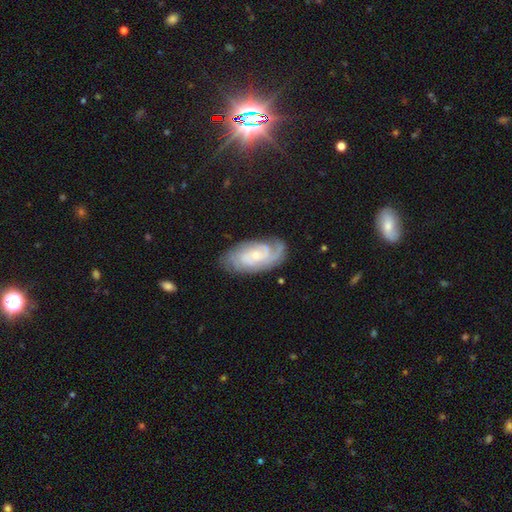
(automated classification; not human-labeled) This appears to be a featured or disk galaxy (82%) with no bar (69%), tight (66%) spiral arms (96%) and a small central bulge (68%). Merging: none (76%).